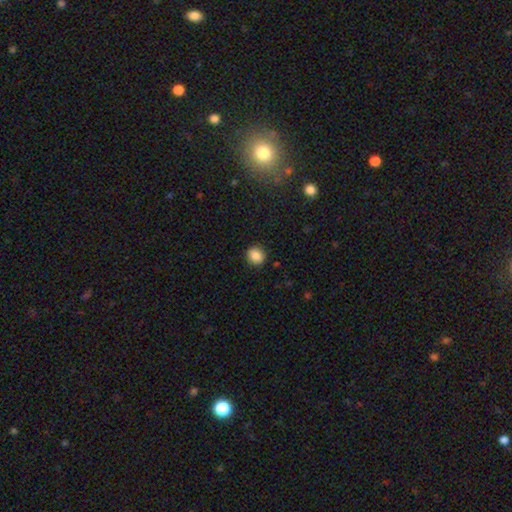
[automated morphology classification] The model was most divided on "how rounded": round: 83%, in between: 16%, cigar-shaped: 1%. More confident: merging — none (89%); smooth or featured — smooth (87%).